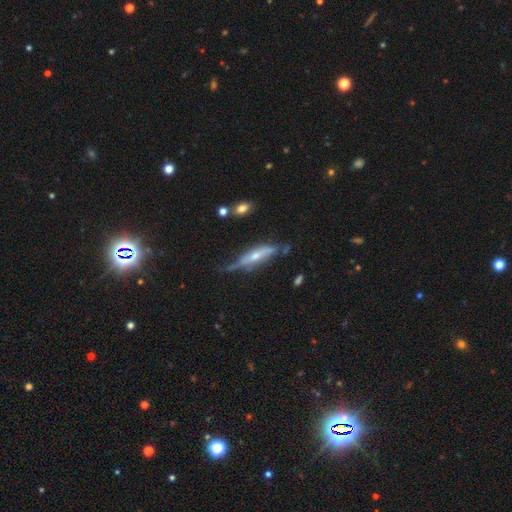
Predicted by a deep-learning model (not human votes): Smooth or featured? featured or disk (67%)
Edge-on disk? yes (82%)
Edge-on bulge? rounded (78%)
Merging? none (51%)